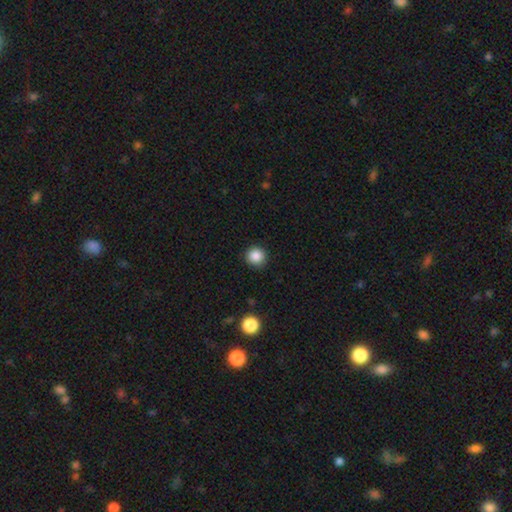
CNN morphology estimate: smooth 87%, star or artifact 10%, featured or disk 3%. Down the decision tree: how rounded — round (94%); merging — none (91%).